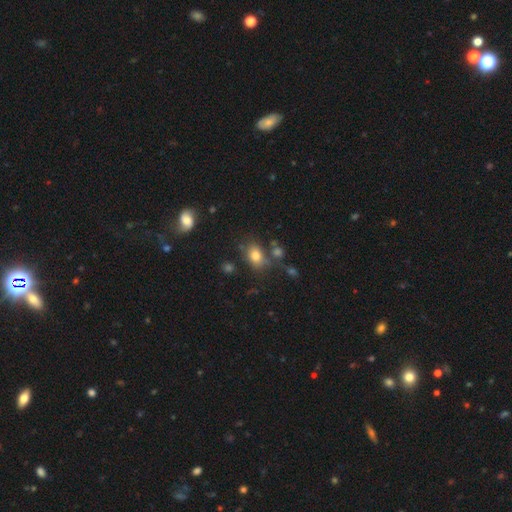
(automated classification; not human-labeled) The model was most divided on "how rounded": in between: 68%, round: 30%, cigar-shaped: 1%. More confident: smooth or featured — smooth (78%); merging — none (67%).